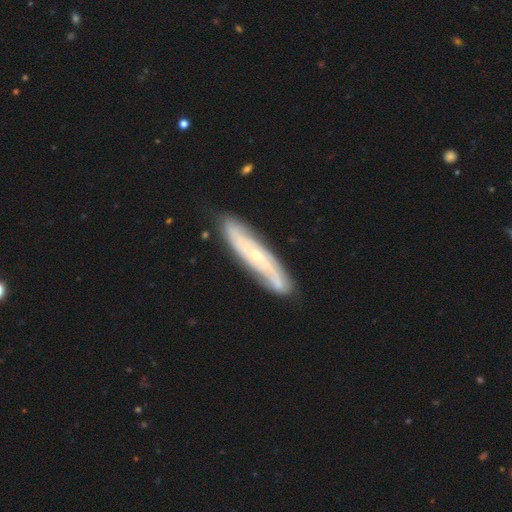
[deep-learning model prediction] Q: Smooth or featured?
A: featured or disk (72%); runner-up: smooth (22%)
Q: Edge-on disk?
A: no (63%); runner-up: yes (37%)
Q: Merging?
A: none (83%); runner-up: minor disturbance (12%)